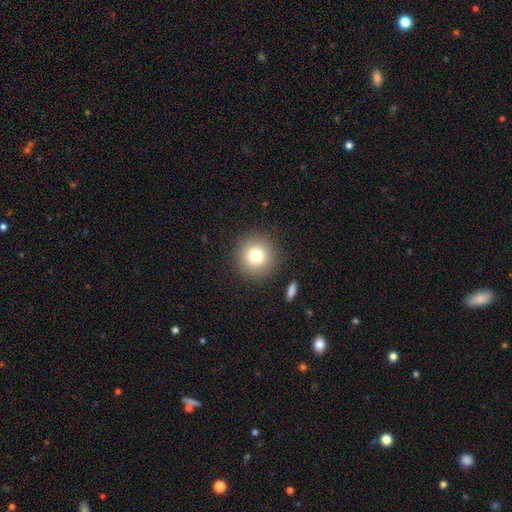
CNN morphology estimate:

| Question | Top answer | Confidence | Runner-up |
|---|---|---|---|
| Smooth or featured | smooth | 79% | star or artifact (11%) |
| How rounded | round | 95% | in between (4%) |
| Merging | none | 90% | minor disturbance (6%) |